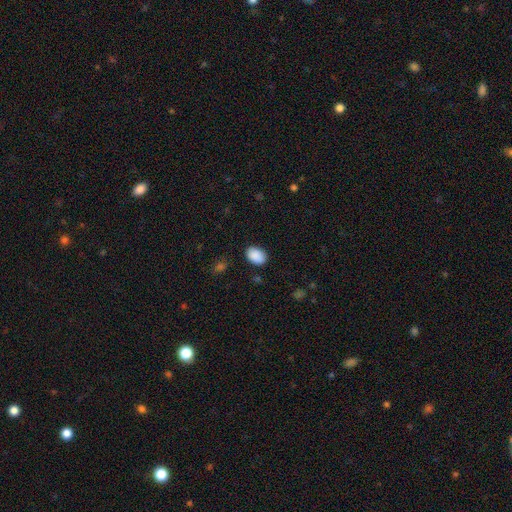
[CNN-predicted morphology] A smooth galaxy with no disk features (90%) that is in between round and cigar-shaped (83%).

Vote fractions:
- Smooth or featured? smooth: 90% / star or artifact: 7% / featured or disk: 3%
- How rounded? in between: 83% / round: 16% / cigar-shaped: 1%
- Merging? none: 85% / minor disturbance: 11% / major disturbance: 3% / merger: 1%